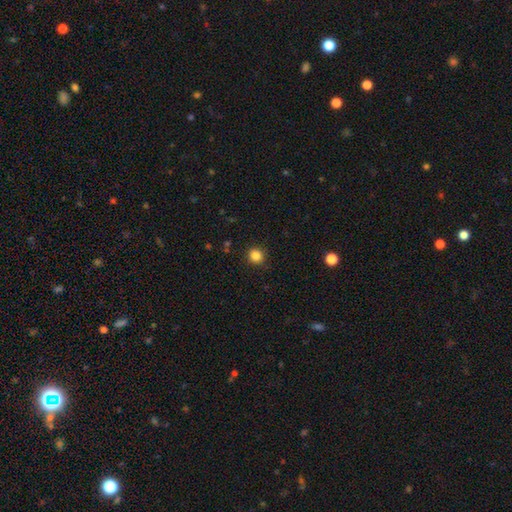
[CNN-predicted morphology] This is clearly a smooth galaxy (85%). How rounded: clearly round (91%). Merging: clearly none (91%).